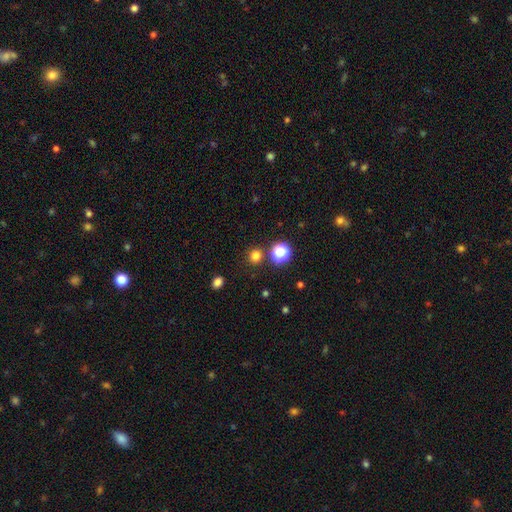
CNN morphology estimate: A smooth galaxy with no disk features (77%) that is round (92%).

Vote fractions:
- Smooth or featured? smooth: 77% / star or artifact: 19% / featured or disk: 5%
- How rounded? round: 92% / in between: 7% / cigar-shaped: 1%
- Merging? none: 86% / minor disturbance: 6% / merger: 5% / major disturbance: 3%